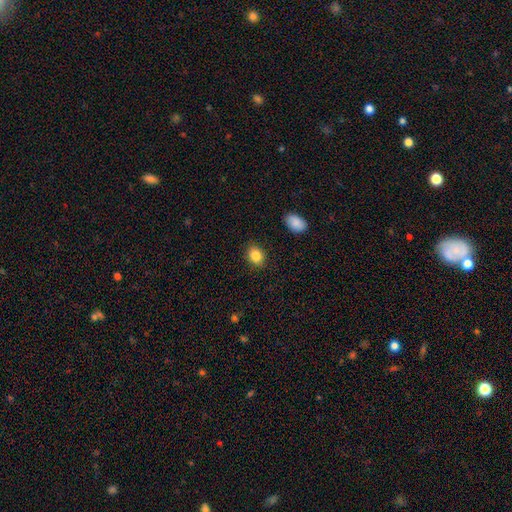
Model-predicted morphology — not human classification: Overall: smooth (86%). How rounded: in between (61%; round 38%). Merging: none (88%).